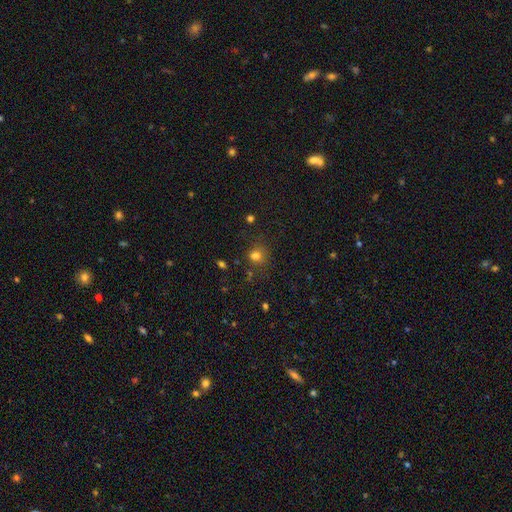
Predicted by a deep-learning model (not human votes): Overall: smooth (74%). How rounded: round (73%). Merging: none (66%).